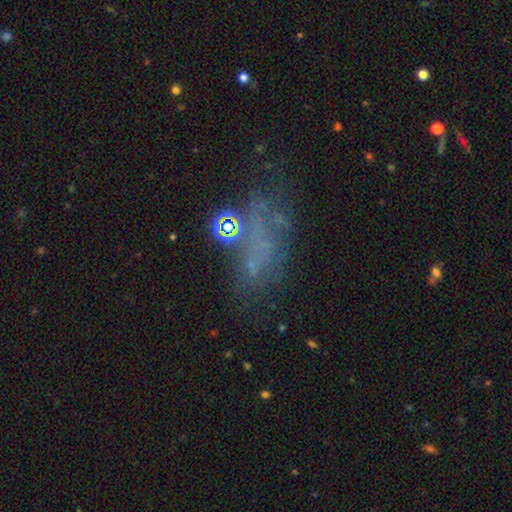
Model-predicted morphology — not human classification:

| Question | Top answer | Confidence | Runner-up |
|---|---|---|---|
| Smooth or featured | featured or disk | 35% | tied: star or artifact (35%) |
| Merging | none | 41% | major disturbance (30%) |